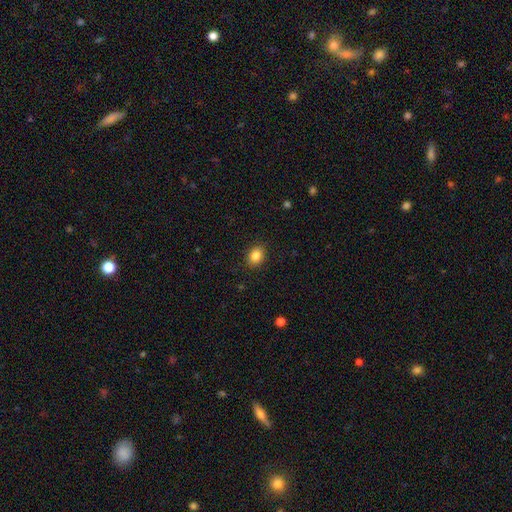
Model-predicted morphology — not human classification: type=smooth (85%); roundness=in between (62%); merging=none (88%).